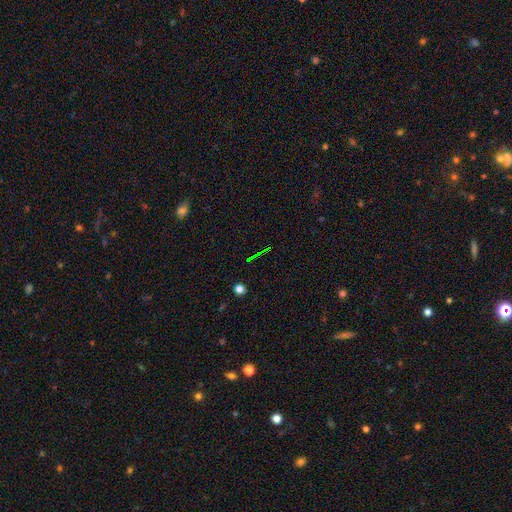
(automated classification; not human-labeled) Smooth or featured?
  - star or artifact: 68% *
  - smooth: 18%
  - featured or disk: 14%